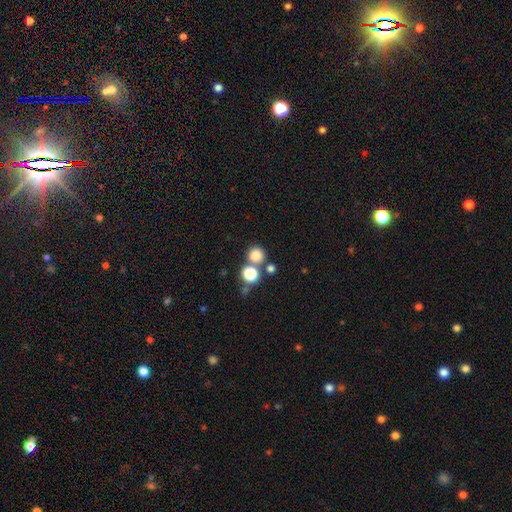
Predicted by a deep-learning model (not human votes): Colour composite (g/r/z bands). It shows a smooth galaxy with no disk features (79%) that is round (91%). Merging: none (62%).